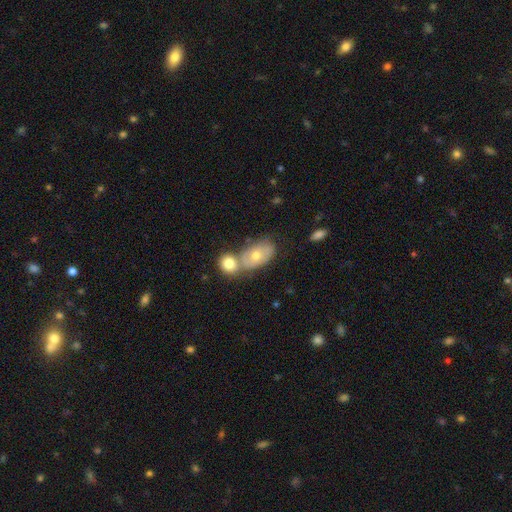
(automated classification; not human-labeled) Smooth or featured?
  - featured or disk: 44% *
  - smooth: 42%
  - star or artifact: 13%
Merging?
  - merger: 43% *
  - none: 42%
  - minor disturbance: 11%
  - major disturbance: 4%